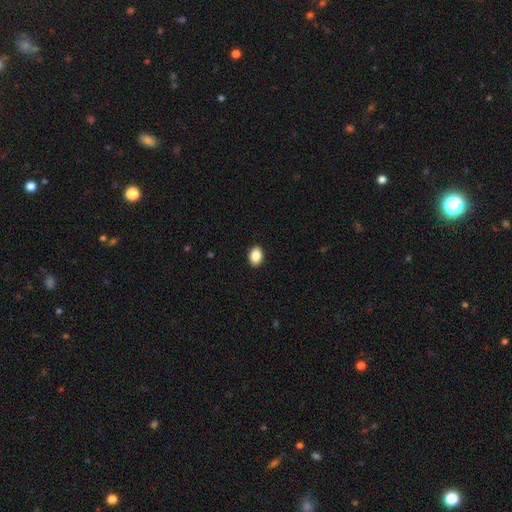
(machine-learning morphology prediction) smooth 88%, star or artifact 8%, featured or disk 4%. Down the decision tree: how rounded — in between (76%); merging — none (91%).